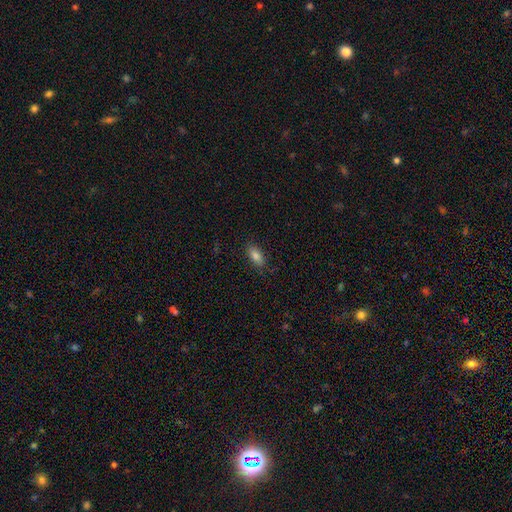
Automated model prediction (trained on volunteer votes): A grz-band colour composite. It shows a smooth galaxy with no disk features (84%) that is in between round and cigar-shaped (85%). Merging: none (85%).